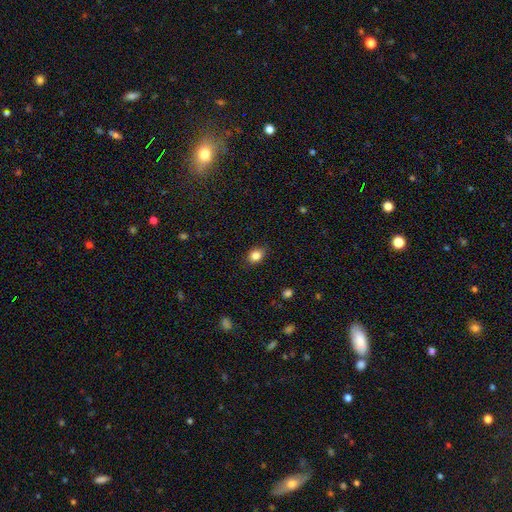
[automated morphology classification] This is clearly a smooth galaxy (85%). How rounded: possibly in between (56%). Merging: clearly none (85%).